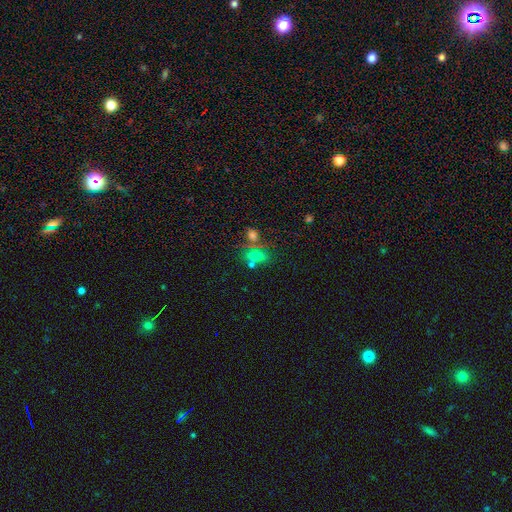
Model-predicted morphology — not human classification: Overall: smooth (59%; star or artifact 24%). How rounded: in between (70%). Merging: none (49%; merger 29%).